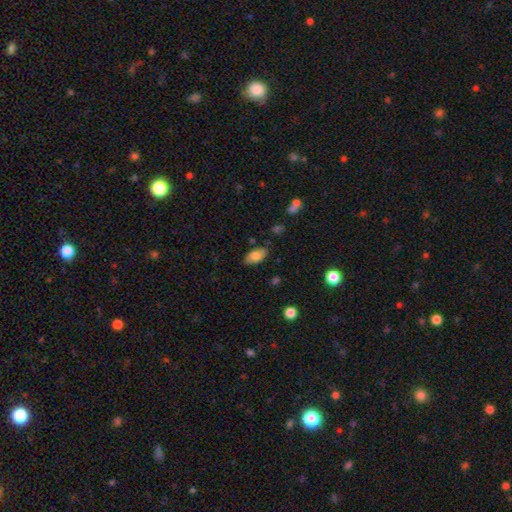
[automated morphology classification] Smooth or featured: smooth — 79% (featured or disk — 13%)
How rounded: in between — 93% (round — 4%)
Merging: none — 80% (minor disturbance — 15%)